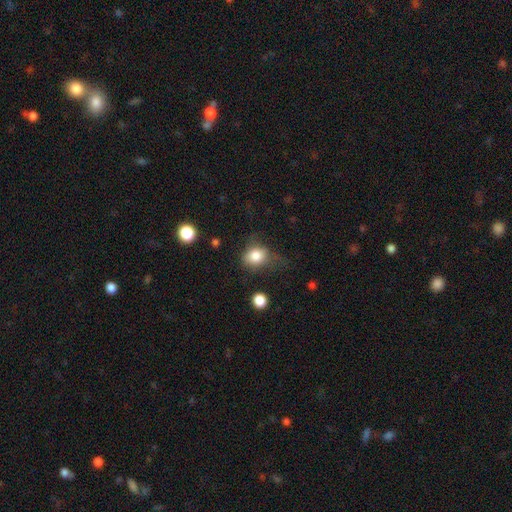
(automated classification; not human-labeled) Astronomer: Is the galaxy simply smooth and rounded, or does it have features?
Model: smooth — 81%.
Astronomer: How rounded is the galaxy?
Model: round — 53% (runner-up: in between, 46%).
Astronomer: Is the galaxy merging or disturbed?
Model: none — 42% (runner-up: minor disturbance, 33%).